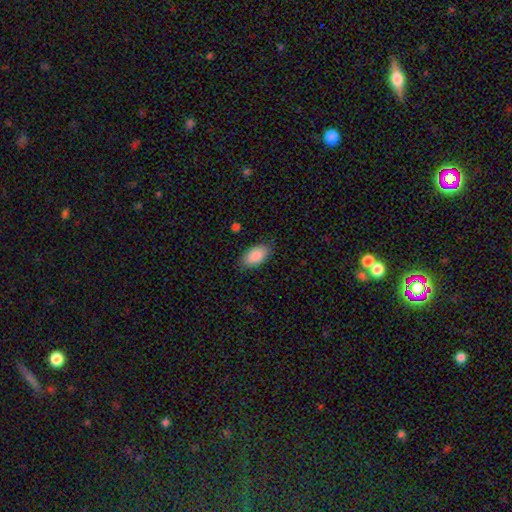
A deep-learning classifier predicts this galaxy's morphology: Q: Smooth or featured?
A: smooth (89%); runner-up: star or artifact (6%)
Q: How rounded?
A: in between (95%); runner-up: round (3%)
Q: Merging?
A: none (84%); runner-up: minor disturbance (12%)